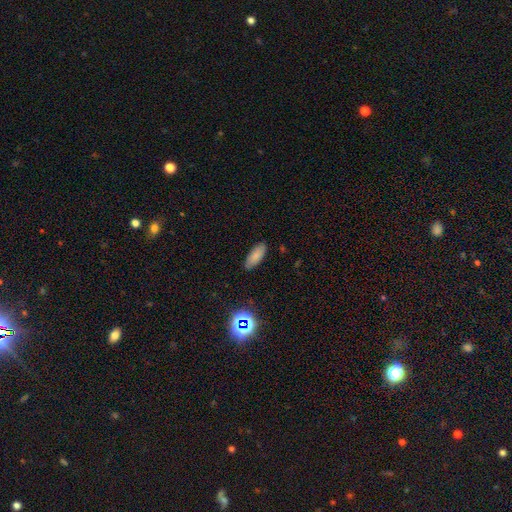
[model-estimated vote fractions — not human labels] smooth_or_featured: smooth (p=0.82) [alt: star or artifact p=0.11]
how_rounded: in between (p=0.76) [alt: cigar-shaped p=0.22]
merging: none (p=0.85) [alt: minor disturbance p=0.11]